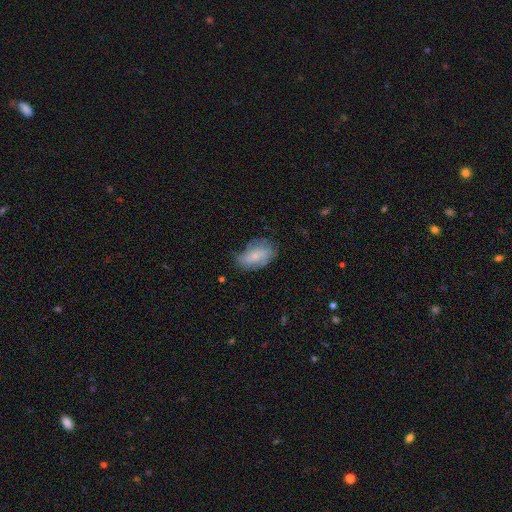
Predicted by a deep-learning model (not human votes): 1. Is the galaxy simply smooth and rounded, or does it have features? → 51% featured or disk, 41% smooth, 8% star or artifact.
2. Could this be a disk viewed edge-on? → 96% no, 4% yes.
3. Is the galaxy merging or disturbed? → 64% none, 26% minor disturbance, 9% major disturbance, 2% merger.